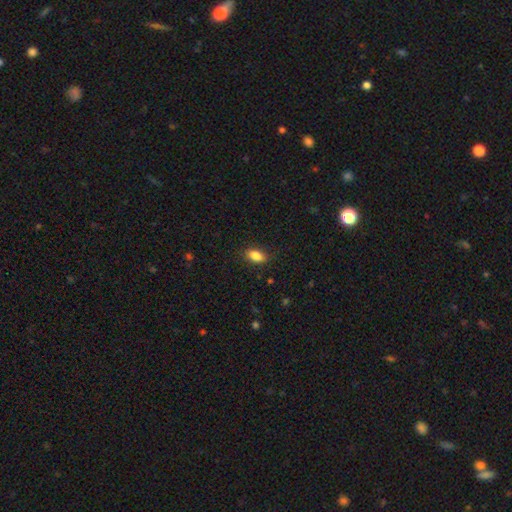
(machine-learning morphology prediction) Q: Smooth or featured?
A: smooth (85%); runner-up: star or artifact (8%)
Q: How rounded?
A: in between (88%); runner-up: round (8%)
Q: Merging?
A: none (85%); runner-up: minor disturbance (11%)